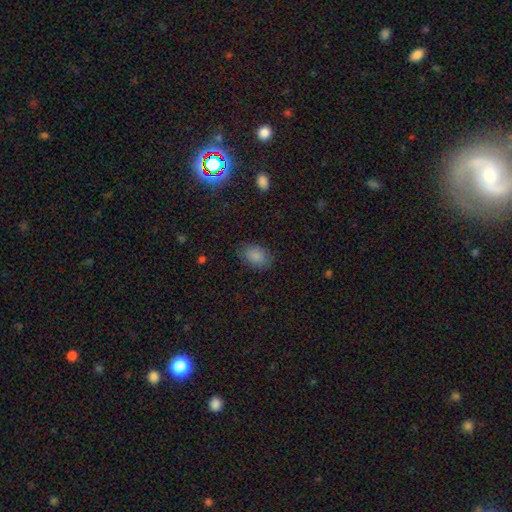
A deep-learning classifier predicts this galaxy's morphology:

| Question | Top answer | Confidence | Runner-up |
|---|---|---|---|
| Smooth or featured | smooth | 86% | star or artifact (9%) |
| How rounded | in between | 81% | round (17%) |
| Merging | none | 82% | minor disturbance (14%) |